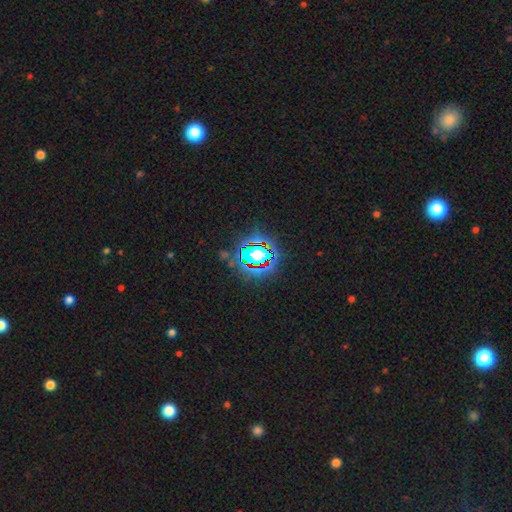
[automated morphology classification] A star or artifact, not a galaxy (63%).

Vote fractions:
- Smooth or featured? star or artifact: 63% / smooth: 24% / featured or disk: 13%